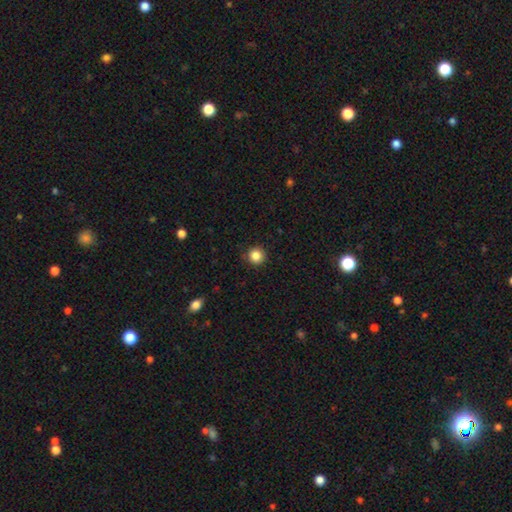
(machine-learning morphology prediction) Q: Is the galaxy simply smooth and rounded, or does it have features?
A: smooth — 86%.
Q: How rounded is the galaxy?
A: round — 94%.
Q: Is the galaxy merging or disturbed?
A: none — 90%.